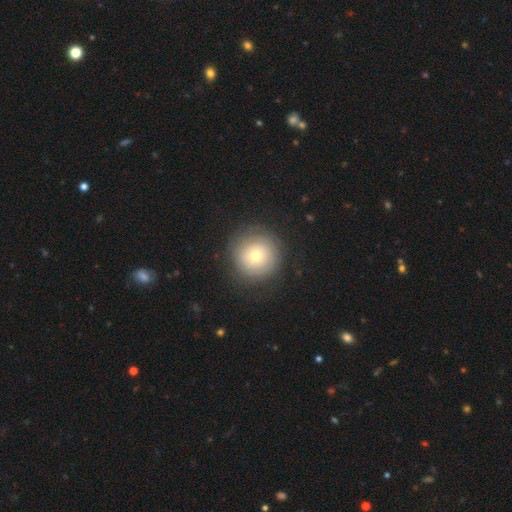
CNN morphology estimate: Smooth or featured?
  - smooth: 57% *
  - featured or disk: 32%
  - star or artifact: 10%
How rounded?
  - round: 95% *
  - in between: 4%
  - cigar-shaped: 1%
Merging?
  - none: 84% *
  - minor disturbance: 10%
  - major disturbance: 5%
  - merger: 1%